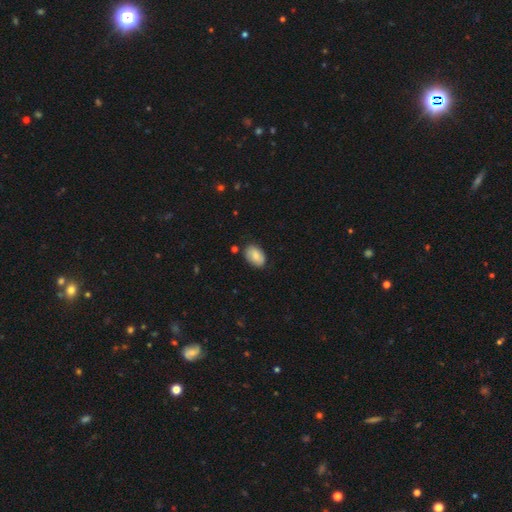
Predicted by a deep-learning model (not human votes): Morphology: type=smooth (83%); roundness=in between (90%); merging=none (81%).